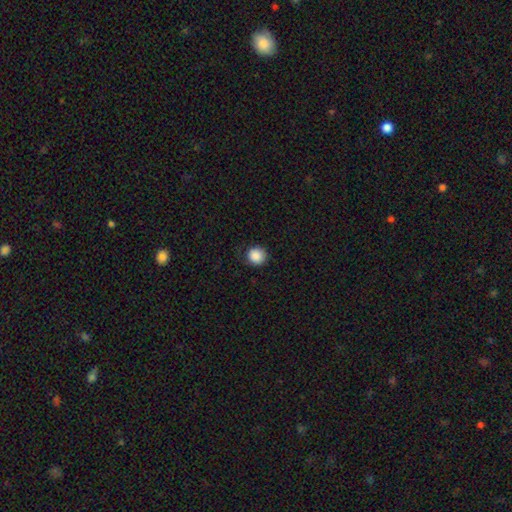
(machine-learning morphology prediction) This is clearly a smooth galaxy (88%). How rounded: clearly round (92%). Merging: clearly none (84%).